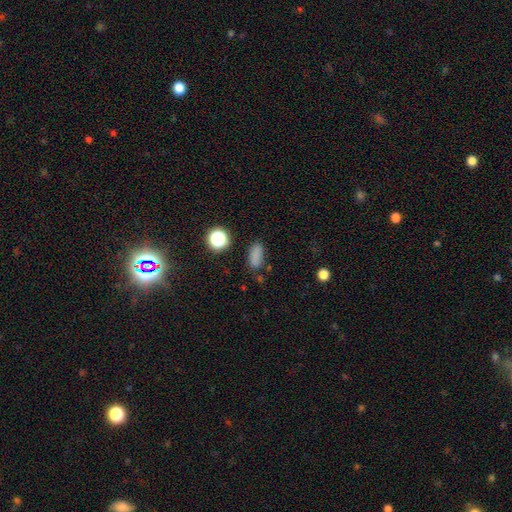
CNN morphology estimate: Overall: smooth (79%). How rounded: in between (77%). Merging: none (78%).